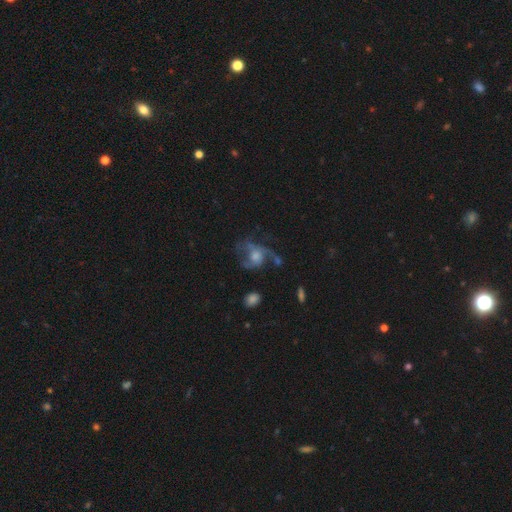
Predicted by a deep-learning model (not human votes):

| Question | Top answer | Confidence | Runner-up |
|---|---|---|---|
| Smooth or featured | featured or disk | 70% | smooth (19%) |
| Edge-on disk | no | 97% | yes (3%) |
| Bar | no | 73% | weak (22%) |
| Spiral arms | yes | 81% | no (19%) |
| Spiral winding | loose | 44% | medium (43%) |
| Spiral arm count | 2 | 37% | 3 (23%) |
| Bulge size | moderate | 51% | small (21%) |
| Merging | none | 42% | major disturbance (34%) |